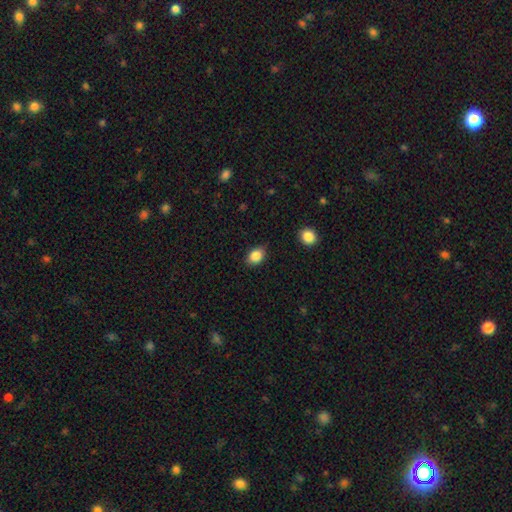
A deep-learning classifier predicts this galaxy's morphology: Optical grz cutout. It shows a smooth galaxy with no disk features (86%) that is in between round and cigar-shaped (73%). Merging: none (84%).